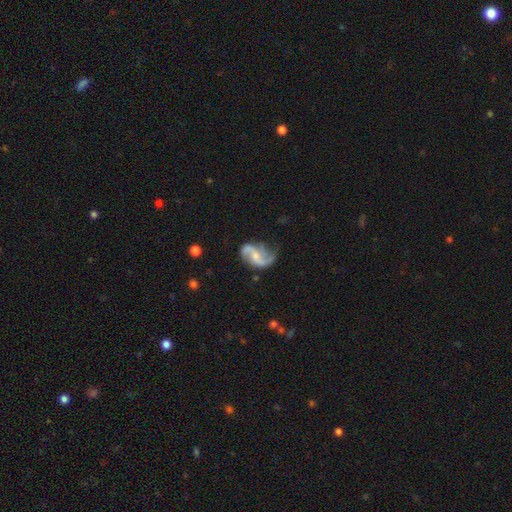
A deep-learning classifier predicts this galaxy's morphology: type=featured or disk (84%); edge-on=no (97%); bar=no (45%); spiral arms=yes (95%); winding=loose (69%); arm count=2 (88%); bulge=small (52%); merging=none (62%).